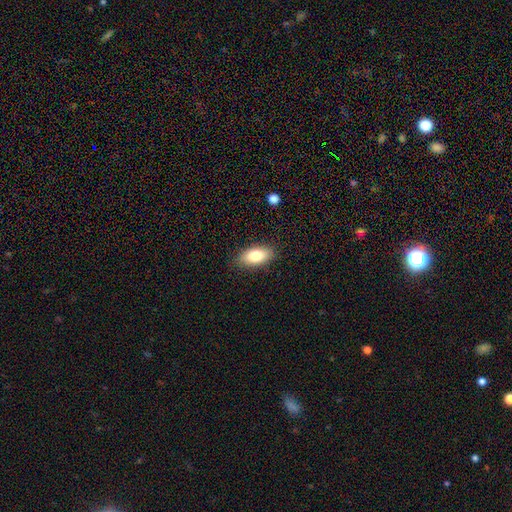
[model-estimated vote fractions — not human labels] Smooth or featured?
  - smooth: 79% *
  - featured or disk: 13%
  - star or artifact: 7%
How rounded?
  - in between: 88% *
  - cigar-shaped: 8%
  - round: 4%
Merging?
  - none: 86% *
  - minor disturbance: 10%
  - major disturbance: 2%
  - merger: 1%